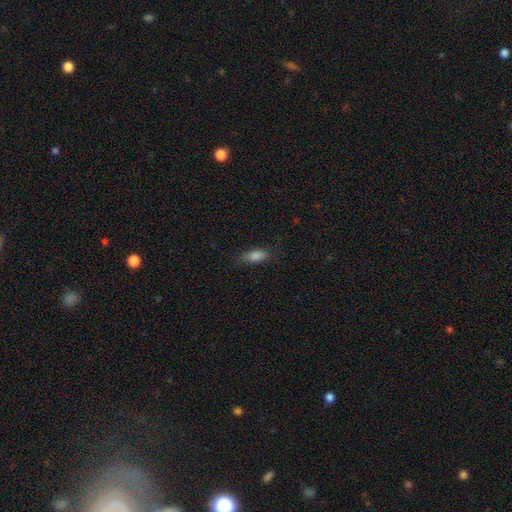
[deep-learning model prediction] A smooth galaxy with no disk features (84%) that is in between round and cigar-shaped (78%).

Vote fractions:
- Smooth or featured? smooth: 84% / star or artifact: 8% / featured or disk: 7%
- How rounded? in between: 78% / cigar-shaped: 20% / round: 3%
- Merging? none: 74% / minor disturbance: 19% / major disturbance: 6% / merger: 1%